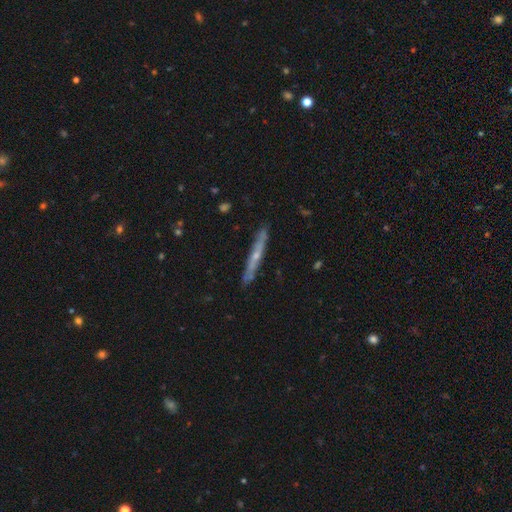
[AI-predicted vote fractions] Morphology: type=featured or disk (64%); edge-on=yes (88%); edge-on bulge=rounded (55%); merging=none (85%).